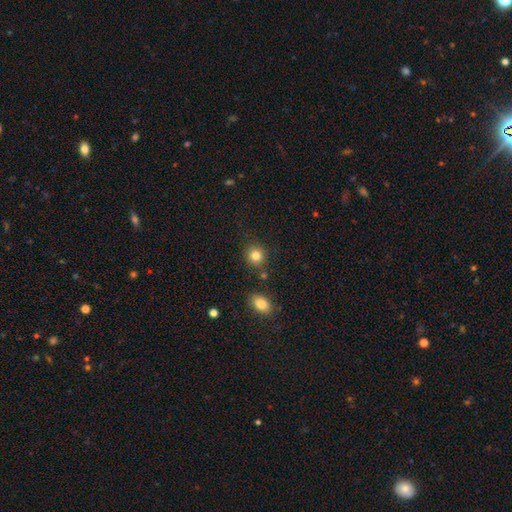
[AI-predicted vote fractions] Smooth or featured?
  - smooth: 84% *
  - star or artifact: 11%
  - featured or disk: 6%
How rounded?
  - round: 86% *
  - in between: 13%
  - cigar-shaped: 1%
Merging?
  - none: 83% *
  - minor disturbance: 9%
  - merger: 5%
  - major disturbance: 3%